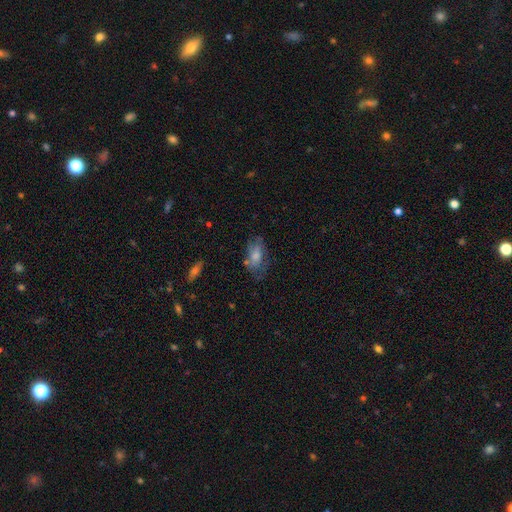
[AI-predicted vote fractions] Smooth or featured? smooth (64%)
How rounded? in between (89%)
Merging? none (50%)